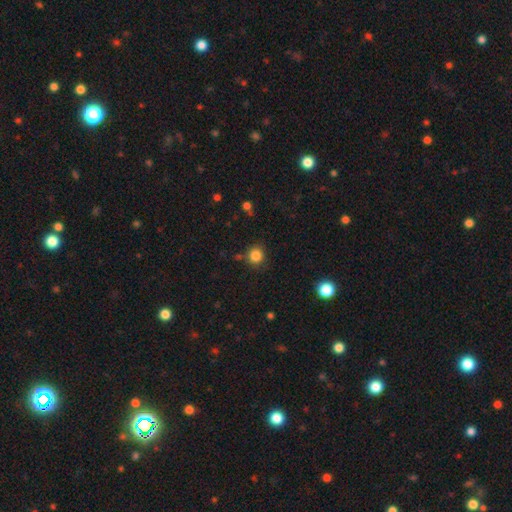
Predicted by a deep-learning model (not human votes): Smooth or featured?
  - smooth: 84% *
  - star or artifact: 12%
  - featured or disk: 4%
How rounded?
  - round: 90% *
  - in between: 9%
  - cigar-shaped: 1%
Merging?
  - none: 84% *
  - minor disturbance: 10%
  - merger: 4%
  - major disturbance: 3%